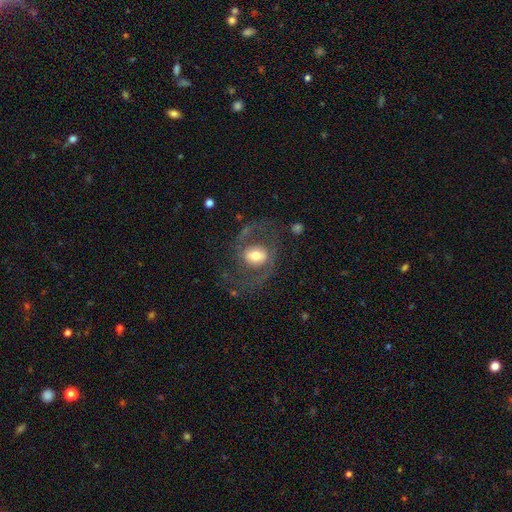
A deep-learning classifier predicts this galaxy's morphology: Overall: featured or disk (62%; smooth 30%). Edge-on disk: no (96%). Bar: no (43%; weak 38%). Spiral arms: yes (69%; no 31%). Bulge size: moderate (58%; large 26%). Merging: none (61%; major disturbance 21%).